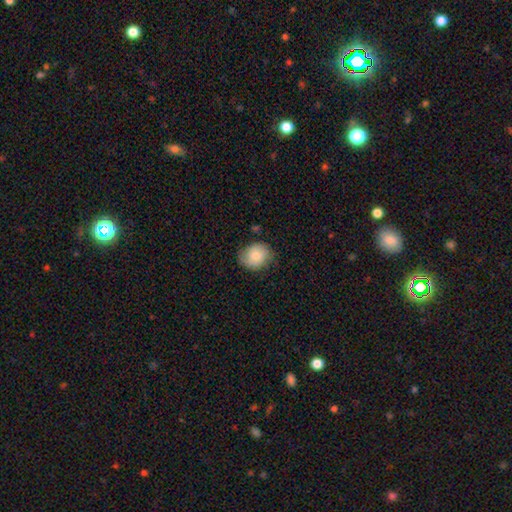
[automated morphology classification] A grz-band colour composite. It shows a smooth galaxy with no disk features (78%) that is round (61%). Merging: none (72%).